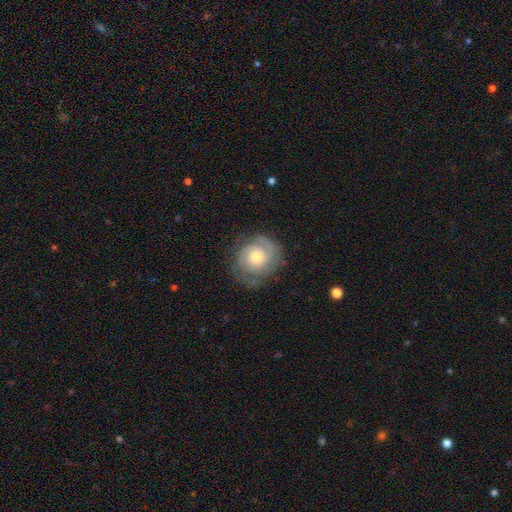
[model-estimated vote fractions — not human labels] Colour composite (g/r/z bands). It shows a featured or disk galaxy (79%) with no bar (75%), 2 (54%) tight (67%) spiral arms (94%) and a moderate central bulge (51%). Merging: none (76%).